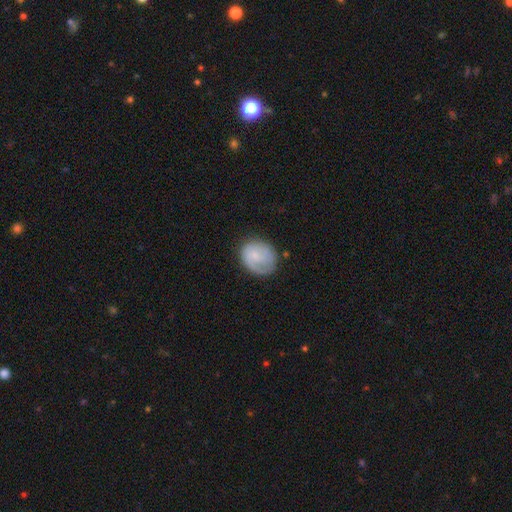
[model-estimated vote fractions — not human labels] This is likely a smooth galaxy (61%). How rounded: likely round (73%). Merging: likely none (66%).